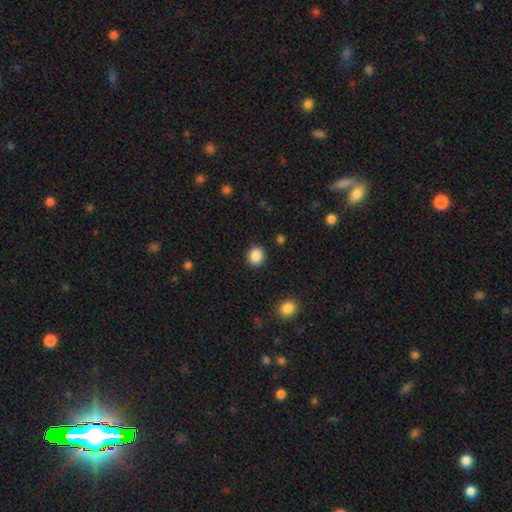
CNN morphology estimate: Smooth or featured? Predicted: smooth (p=0.88). How rounded? Predicted: round (p=0.72). Merging? Predicted: none (p=0.90).